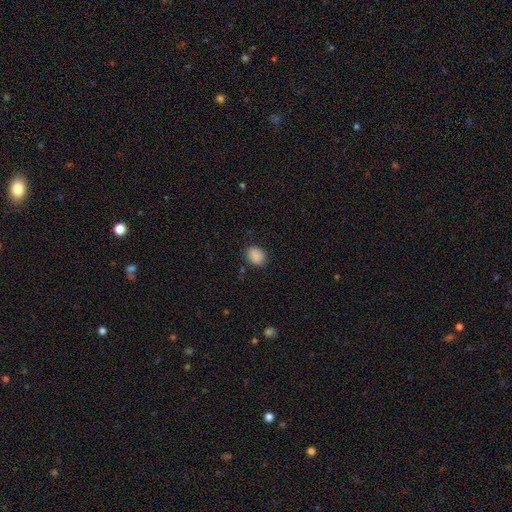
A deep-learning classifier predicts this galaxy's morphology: Smooth or featured?
  - smooth: 89% *
  - star or artifact: 8%
  - featured or disk: 3%
How rounded?
  - in between: 55% *
  - round: 44%
  - cigar-shaped: 1%
Merging?
  - none: 85% *
  - minor disturbance: 11%
  - major disturbance: 3%
  - merger: 1%